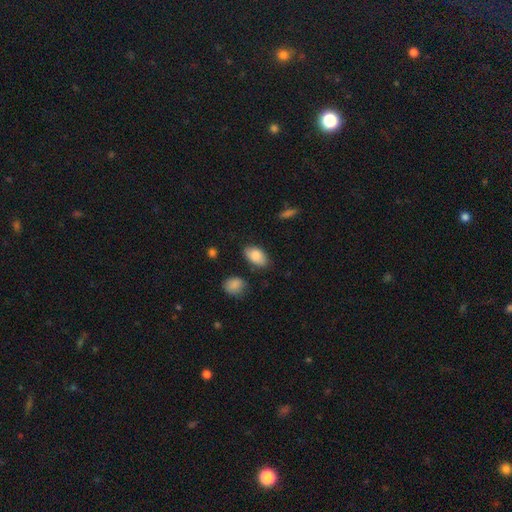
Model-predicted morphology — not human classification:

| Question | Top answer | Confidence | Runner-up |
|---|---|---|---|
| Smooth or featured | smooth | 85% | featured or disk (8%) |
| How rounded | in between | 93% | round (5%) |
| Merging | none | 76% | minor disturbance (18%) |